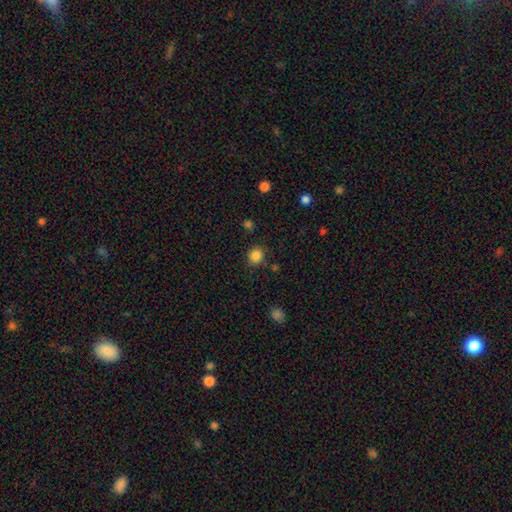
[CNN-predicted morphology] smooth_or_featured: smooth (p=0.85) [alt: star or artifact p=0.11]
how_rounded: round (p=0.83) [alt: in between p=0.16]
merging: none (p=0.83) [alt: minor disturbance p=0.10]